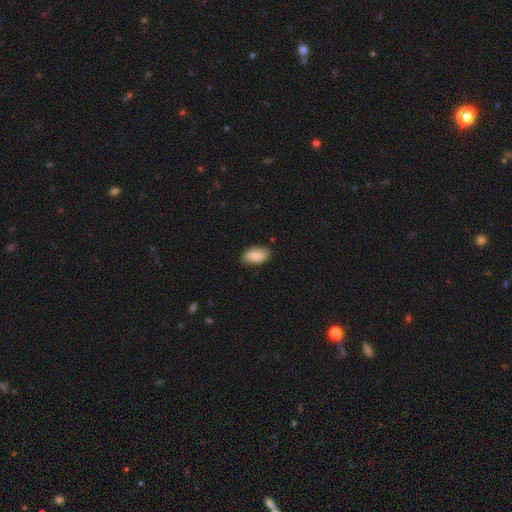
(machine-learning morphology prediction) Smooth or featured? Predicted: smooth (p=0.86). How rounded? Predicted: in between (p=0.93). Merging? Predicted: none (p=0.81).